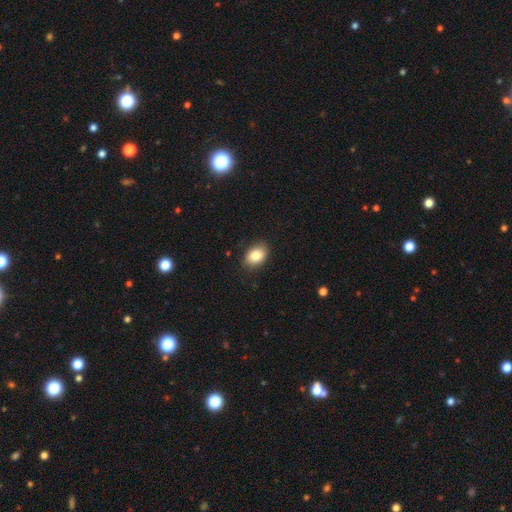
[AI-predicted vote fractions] Overall: smooth (85%). How rounded: in between (80%). Merging: none (86%).